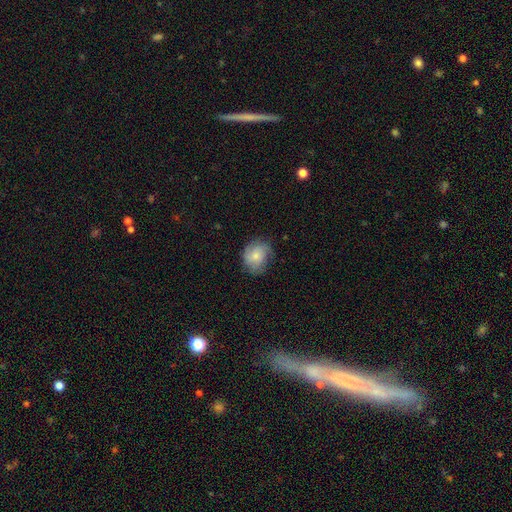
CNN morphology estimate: This is likely a smooth galaxy (70%). How rounded: likely round (62%). Merging: likely none (65%).